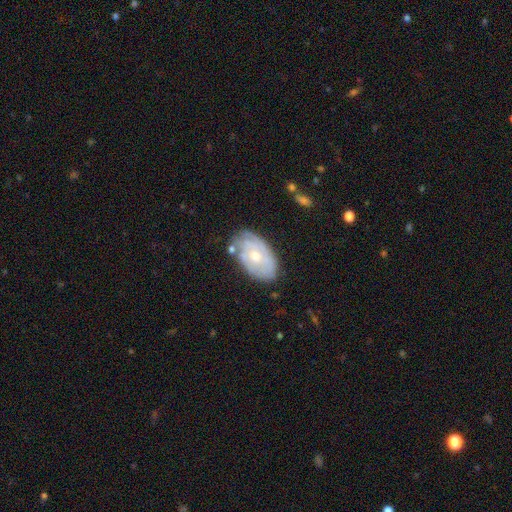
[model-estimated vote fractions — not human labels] This is likely a featured or disk galaxy (67%). It is clearly not viewed edge-on (95%). Bar: likely no (77%). Spiral arm pattern: likely yes (76%). Central bulge: possibly small (49%). Merging: likely none (67%).